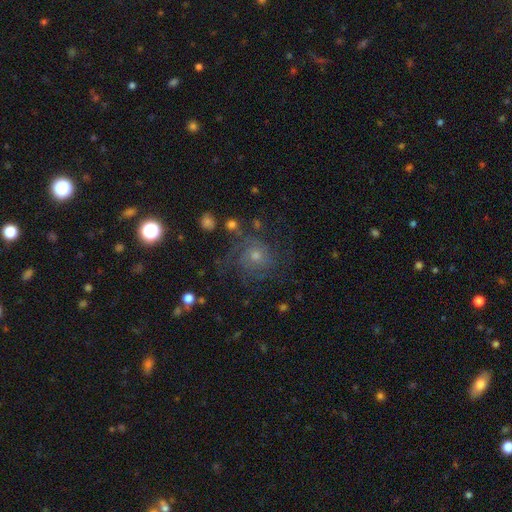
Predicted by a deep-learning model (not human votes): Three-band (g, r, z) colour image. It shows a featured or disk galaxy (58%) with no bar (80%), spiral arms (85%) and a moderate central bulge (50%). Merging: none (61%).